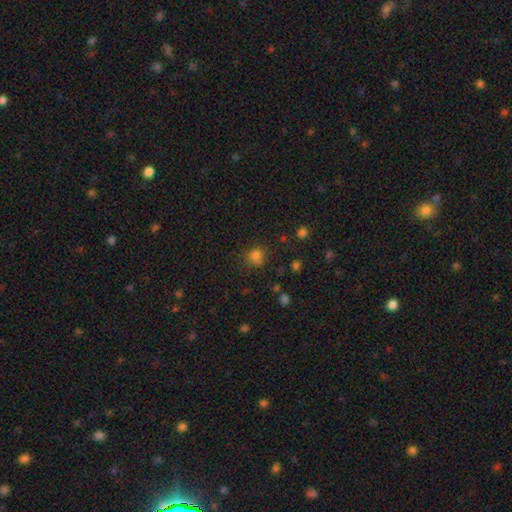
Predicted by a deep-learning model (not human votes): Smooth or featured? smooth (79%)
How rounded? round (85%)
Merging? none (76%)